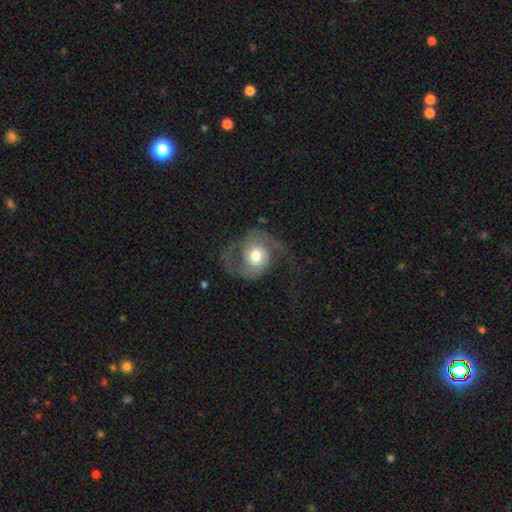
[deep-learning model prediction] Smooth or featured? Predicted: featured or disk (p=0.77). Edge-on disk? Predicted: no (p=0.97). Bar? Predicted: no (p=0.72). Spiral arms? Predicted: yes (p=0.92). Spiral winding? Predicted: medium (p=0.43). Spiral arm count? Predicted: 2 (p=0.84). Bulge size? Predicted: moderate (p=0.63). Merging? Predicted: none (p=0.53).